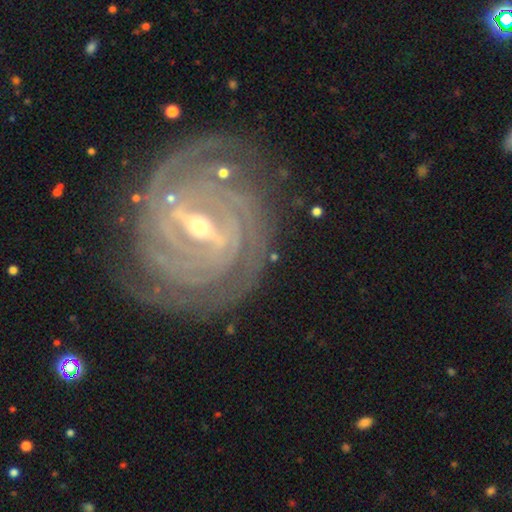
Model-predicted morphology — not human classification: Smooth or featured?
  - featured or disk: 91% *
  - star or artifact: 5%
  - smooth: 4%
Edge-on disk?
  - no: 96% *
  - yes: 4%
Bar?
  - strong: 68% *
  - weak: 26%
  - no: 6%
Spiral arms?
  - yes: 97% *
  - no: 3%
Spiral winding?
  - tight: 82% *
  - medium: 15%
  - loose: 3%
Spiral arm count?
  - 4: 27% *
  - can't tell: 23%
  - 3: 16%
  - more than 4: 15%
  - 2: 14%
  - 1: 7%
Bulge size?
  - small: 53% *
  - moderate: 43%
  - large: 2%
  - none: 1%
  - dominant: 1%
Merging?
  - none: 80% *
  - minor disturbance: 13%
  - major disturbance: 6%
  - merger: 2%